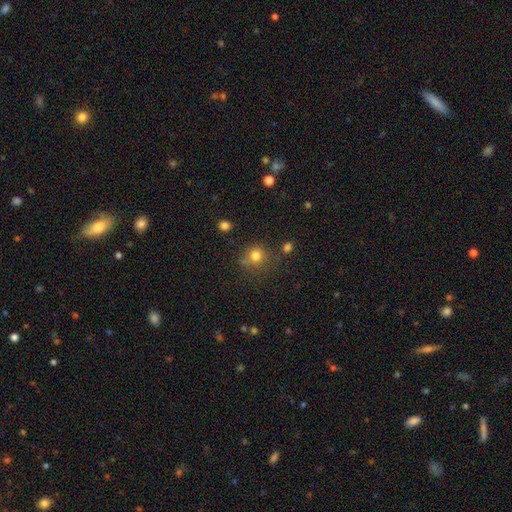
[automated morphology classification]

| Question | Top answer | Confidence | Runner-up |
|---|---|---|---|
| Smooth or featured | smooth | 78% | star or artifact (15%) |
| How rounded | round | 88% | in between (11%) |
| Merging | none | 71% | minor disturbance (14%) |